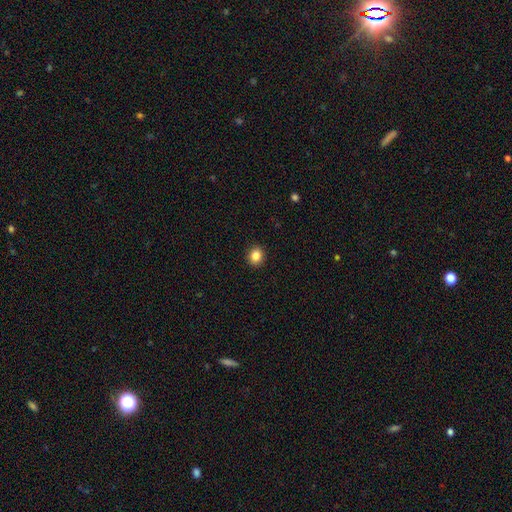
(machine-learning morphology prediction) Smooth or featured? smooth (85%)
How rounded? round (67%)
Merging? none (92%)